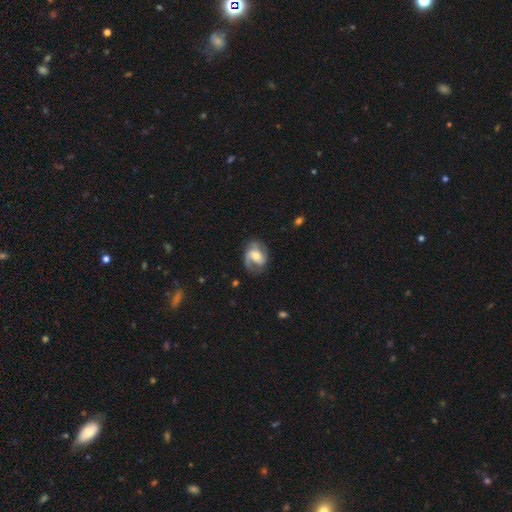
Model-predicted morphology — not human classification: type=featured or disk (75%); edge-on=no (97%); bar=weak (44%); spiral arms=yes (92%); winding=medium (48%); arm count=2 (69%); bulge=moderate (57%); merging=none (65%).